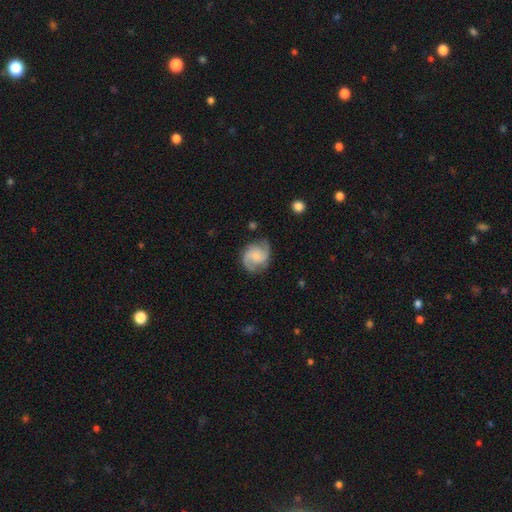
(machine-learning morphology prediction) This is likely a featured or disk galaxy (77%). It is clearly not viewed edge-on (98%). Bar: likely no (61%). Spiral arm pattern: clearly yes (96%). Spiral arm count: clearly 2 (83%). Spiral winding: possibly medium (50%). Central bulge: possibly small (48%). Merging: likely none (76%).